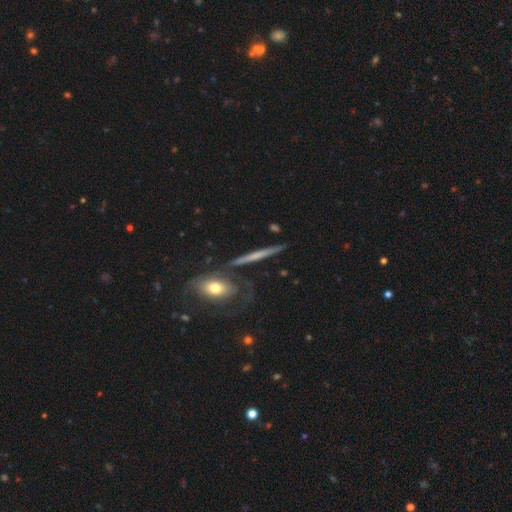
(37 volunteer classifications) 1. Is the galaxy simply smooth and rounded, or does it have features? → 51% featured or disk, 46% smooth, 3% star or artifact.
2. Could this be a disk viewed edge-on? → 84% yes, 16% no.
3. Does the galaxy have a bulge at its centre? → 75% none, 25% rounded, 0% boxy.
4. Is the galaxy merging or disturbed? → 81% none, 8% minor disturbance, 6% major disturbance, 6% merger.